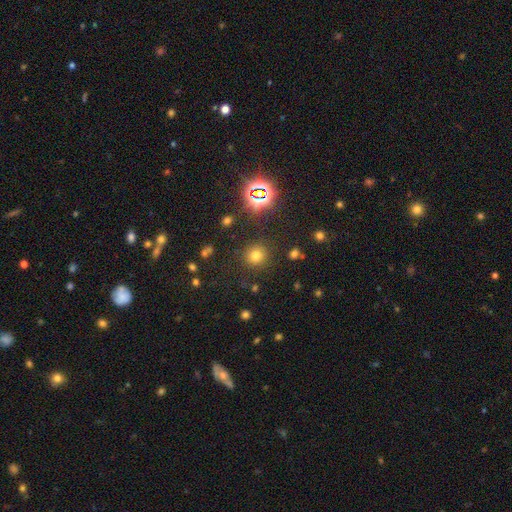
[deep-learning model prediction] The model was most divided on "smooth or featured": smooth: 68%, star or artifact: 24%, featured or disk: 8%. More confident: how rounded — round (91%); merging — none (87%).